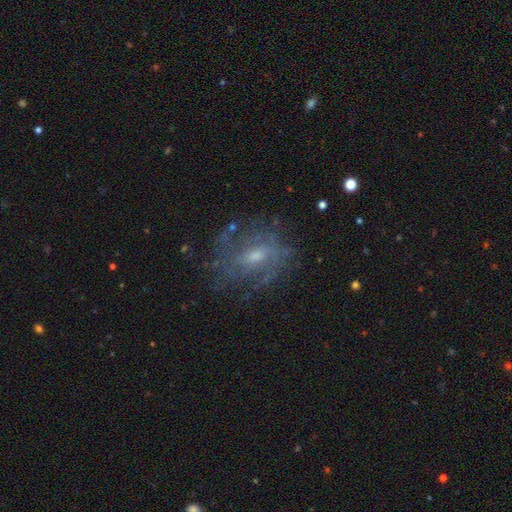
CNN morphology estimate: Q: Smooth or featured?
A: featured or disk (72%); runner-up: smooth (17%)
Q: Edge-on disk?
A: no (95%); runner-up: yes (5%)
Q: Bar?
A: weak (47%); runner-up: no (42%)
Q: Spiral arms?
A: yes (80%); runner-up: no (20%)
Q: Spiral winding?
A: tight (41%); runner-up: medium (39%)
Q: Spiral arm count?
A: can't tell (50%); runner-up: 2 (21%)
Q: Bulge size?
A: moderate (48%); runner-up: small (41%)
Q: Merging?
A: none (68%); runner-up: minor disturbance (18%)